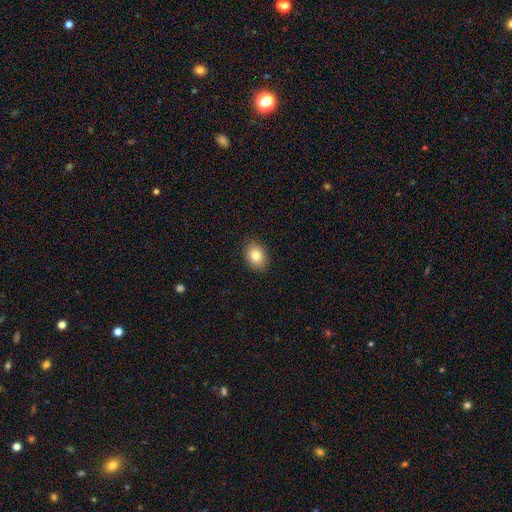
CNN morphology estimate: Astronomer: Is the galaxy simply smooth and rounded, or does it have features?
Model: smooth — 83%.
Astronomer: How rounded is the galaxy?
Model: in between — 60% (runner-up: round, 39%).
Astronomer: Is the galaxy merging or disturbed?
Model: none — 89%.